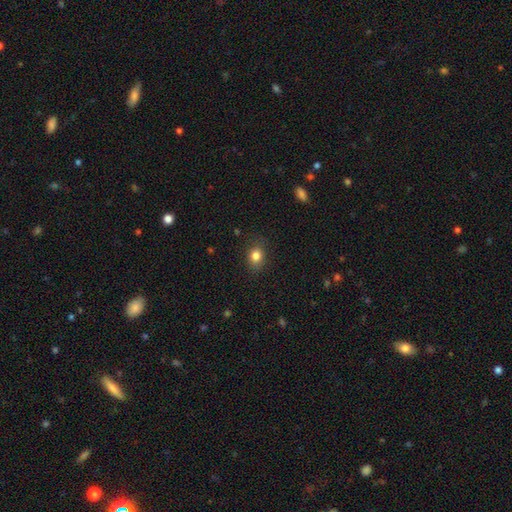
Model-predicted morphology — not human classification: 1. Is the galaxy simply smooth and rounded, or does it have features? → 82% smooth, 11% star or artifact, 7% featured or disk.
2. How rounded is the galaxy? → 52% in between, 47% round, 1% cigar-shaped.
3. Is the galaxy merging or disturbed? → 84% none, 12% minor disturbance, 3% major disturbance, 1% merger.